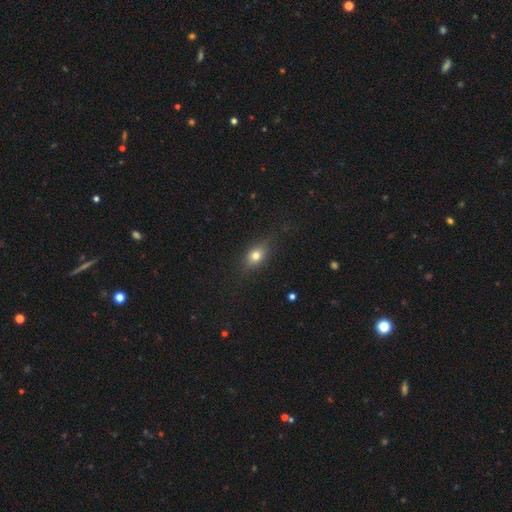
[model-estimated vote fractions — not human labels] smooth-or-featured: smooth: 72% | featured or disk: 16% | star or artifact: 12%
  how-rounded: in between: 67% | round: 27% | cigar-shaped: 7%
  merging: none: 77% | minor disturbance: 16% | major disturbance: 6% | merger: 1%